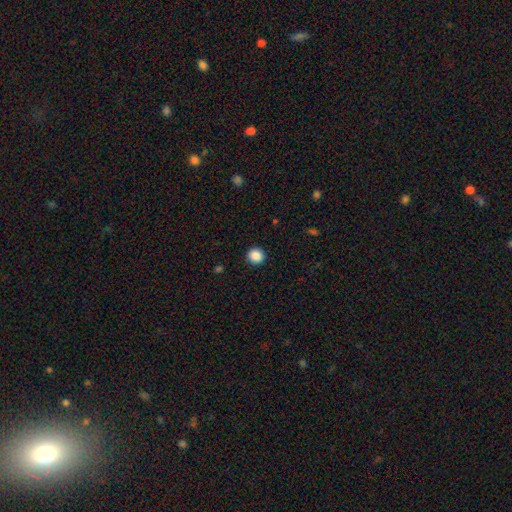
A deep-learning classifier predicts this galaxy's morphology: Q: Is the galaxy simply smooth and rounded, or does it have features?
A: smooth — 88%.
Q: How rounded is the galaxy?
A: round — 92%.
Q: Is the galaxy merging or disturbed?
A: none — 92%.